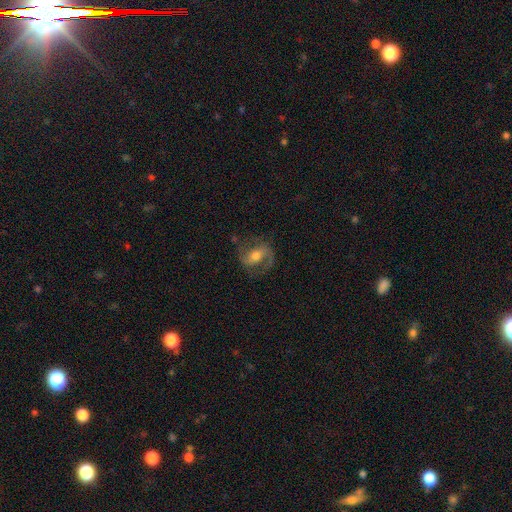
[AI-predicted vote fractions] Smooth or featured?
  - featured or disk: 75% *
  - smooth: 17%
  - star or artifact: 8%
Edge-on disk?
  - no: 96% *
  - yes: 4%
Bar?
  - weak: 43% *
  - strong: 31%
  - no: 26%
Spiral arms?
  - yes: 91% *
  - no: 9%
Spiral winding?
  - medium: 52% *
  - loose: 30%
  - tight: 17%
Spiral arm count?
  - 2: 87% *
  - can't tell: 5%
  - 1: 4%
  - 3: 1%
  - 4: 1%
  - more than 4: 1%
Bulge size?
  - moderate: 65% *
  - small: 22%
  - large: 9%
  - none: 2%
  - dominant: 1%
Merging?
  - none: 72% *
  - minor disturbance: 16%
  - major disturbance: 10%
  - merger: 1%